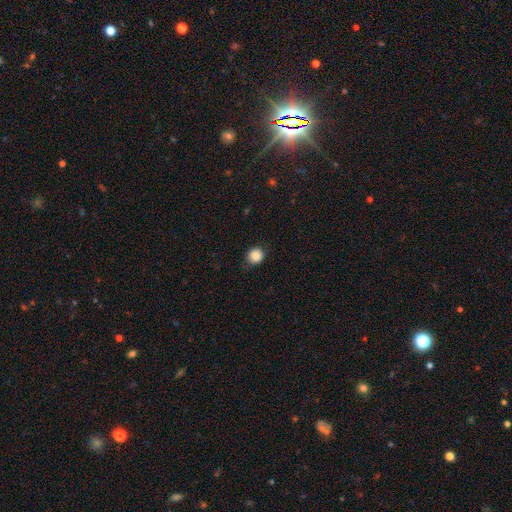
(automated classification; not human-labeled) Q: Smooth or featured?
A: smooth (87%); runner-up: star or artifact (9%)
Q: How rounded?
A: round (87%); runner-up: in between (12%)
Q: Merging?
A: none (81%); runner-up: minor disturbance (15%)